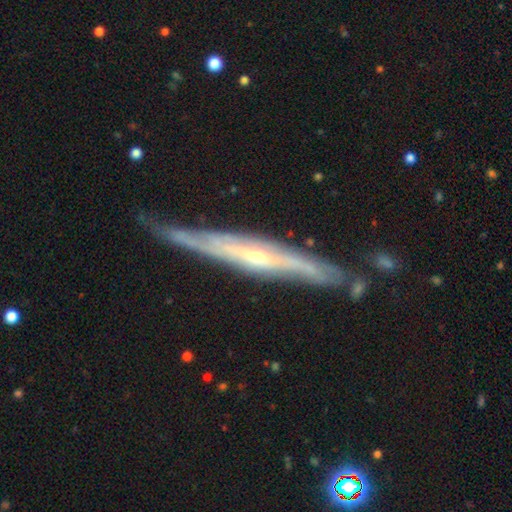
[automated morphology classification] Smooth or featured? featured or disk (82%)
Edge-on disk? yes (80%)
Edge-on bulge? rounded (55%)
Merging? none (70%)